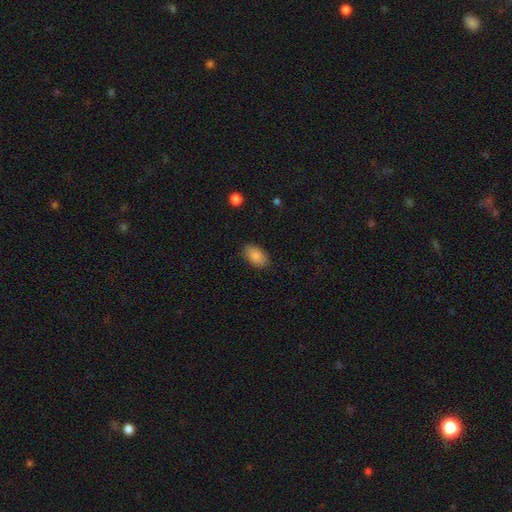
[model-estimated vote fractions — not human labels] smooth_or_featured: smooth (p=0.87) [alt: star or artifact p=0.07]
how_rounded: in between (p=0.93) [alt: round p=0.05]
merging: none (p=0.86) [alt: minor disturbance p=0.11]